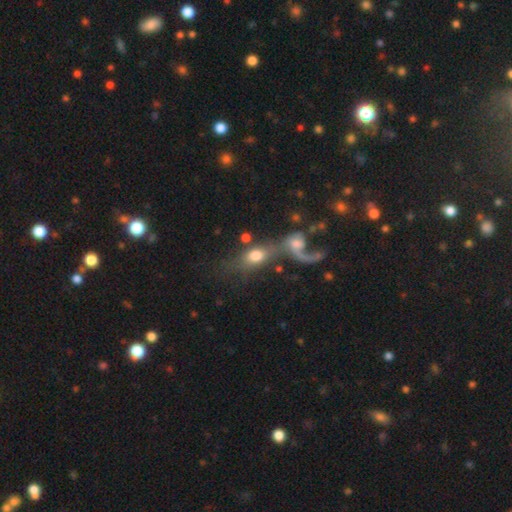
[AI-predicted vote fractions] Overall: smooth (58%; featured or disk 32%). How rounded: in between (68%). Merging: merger (60%).